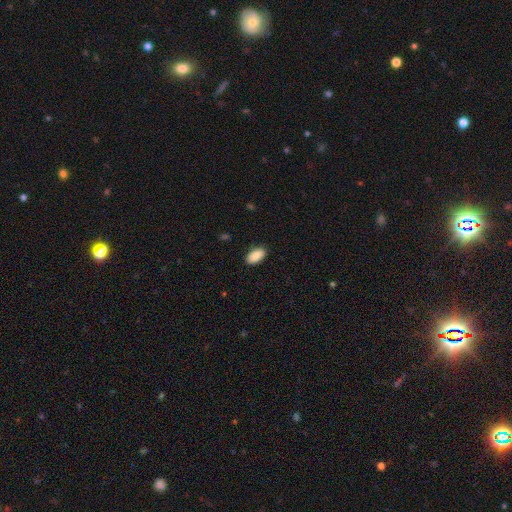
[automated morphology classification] Q: Smooth or featured?
A: smooth (89%); runner-up: star or artifact (6%)
Q: How rounded?
A: in between (95%); runner-up: round (3%)
Q: Merging?
A: none (88%); runner-up: minor disturbance (9%)